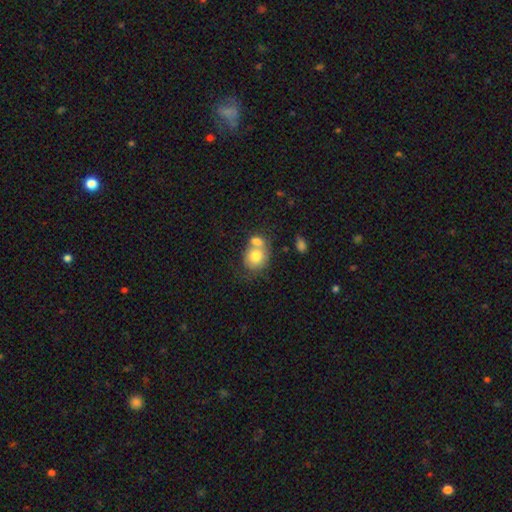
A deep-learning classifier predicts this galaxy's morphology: This appears to be a smooth galaxy with no disk features (75%) that is round (67%). Merging: merger (53%).